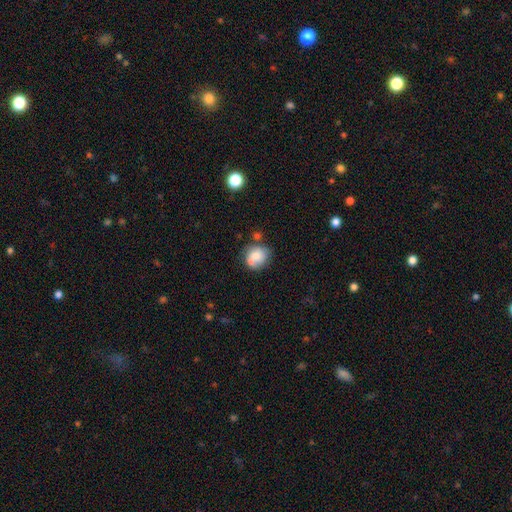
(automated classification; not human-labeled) Morphology: type=smooth (64%); roundness=round (69%); merging=none (46%).